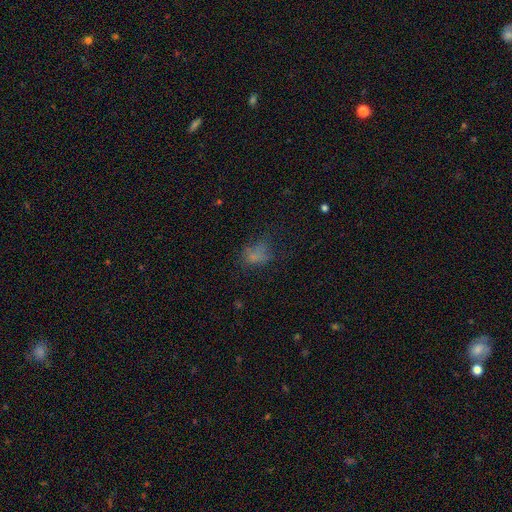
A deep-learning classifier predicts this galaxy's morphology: Smooth or featured? smooth (61%)
How rounded? in between (69%)
Merging? none (47%)